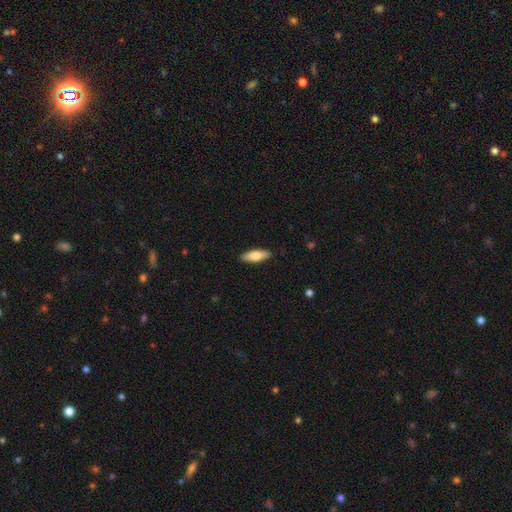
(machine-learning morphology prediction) smooth 71%, featured or disk 23%, star or artifact 5%. Down the decision tree: how rounded — in between (59%); merging — none (89%).